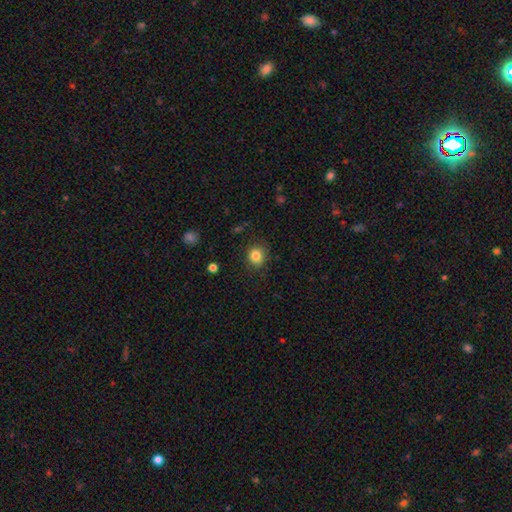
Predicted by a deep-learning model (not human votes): A smooth galaxy with no disk features (84%) that is round (77%).

Vote fractions:
- Smooth or featured? smooth: 84% / star or artifact: 11% / featured or disk: 5%
- How rounded? round: 77% / in between: 22% / cigar-shaped: 1%
- Merging? none: 81% / minor disturbance: 13% / major disturbance: 4% / merger: 1%